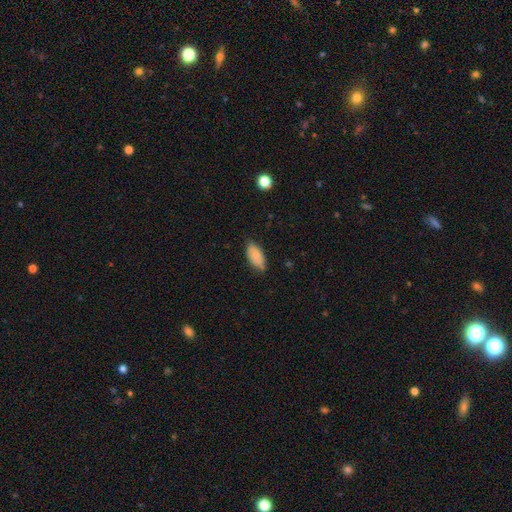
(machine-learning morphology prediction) This appears to be a smooth galaxy with no disk features (79%) that is in between round and cigar-shaped (94%). Merging: none (72%).